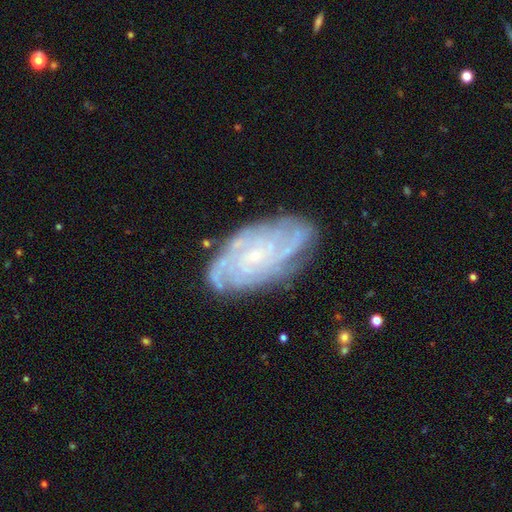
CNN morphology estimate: A featured or disk galaxy (83%) with no bar (73%), tight (69%) spiral arms (94%) and a small central bulge (85%).

Vote fractions:
- Smooth or featured? featured or disk: 83% / smooth: 11% / star or artifact: 7%
- Edge-on disk? no: 94% / yes: 6%
- Bar? no: 73% / weak: 22% / strong: 5%
- Spiral arms? yes: 94% / no: 6%
- Spiral winding? tight: 69% / medium: 25% / loose: 6%
- Spiral arm count? can't tell: 34% / 4: 21% / 3: 14% / more than 4: 13% / 2: 11% / 1: 6%
- Bulge size? small: 85% / moderate: 11% / none: 3% / large: 1% / dominant: 1%
- Merging? none: 78% / minor disturbance: 16% / major disturbance: 4% / merger: 2%